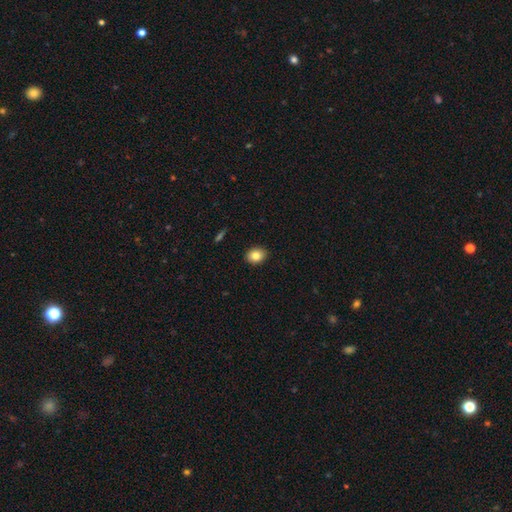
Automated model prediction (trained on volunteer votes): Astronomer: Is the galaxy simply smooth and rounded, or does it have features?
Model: smooth — 82%.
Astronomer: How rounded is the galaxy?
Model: in between — 55% (runner-up: round, 44%).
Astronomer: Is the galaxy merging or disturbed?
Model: none — 90%.